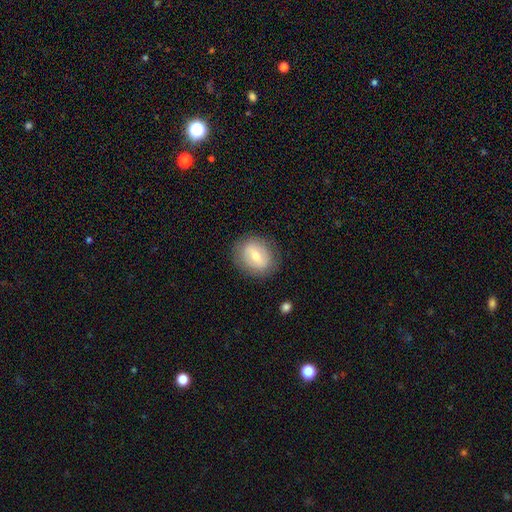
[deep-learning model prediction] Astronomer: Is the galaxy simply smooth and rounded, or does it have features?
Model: smooth — 47%, tied with featured or disk at 47%.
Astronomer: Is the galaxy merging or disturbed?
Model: none — 82%.